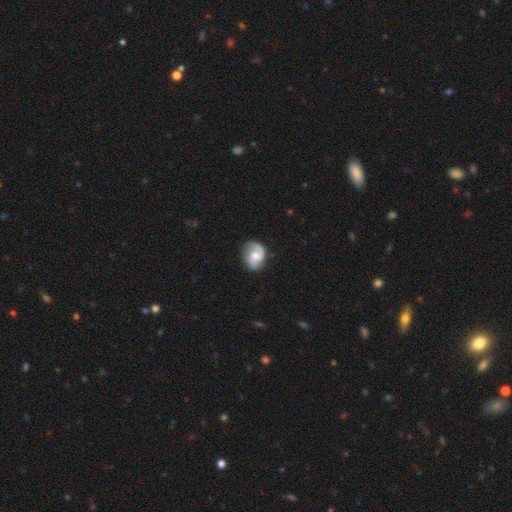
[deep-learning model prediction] Smooth or featured? Predicted: featured or disk (p=0.66). Edge-on disk? Predicted: no (p=0.98). Bar? Predicted: no (p=0.55). Spiral arms? Predicted: yes (p=0.92). Spiral winding? Predicted: medium (p=0.43). Spiral arm count? Predicted: 2 (p=0.80). Bulge size? Predicted: moderate (p=0.61). Merging? Predicted: none (p=0.71).